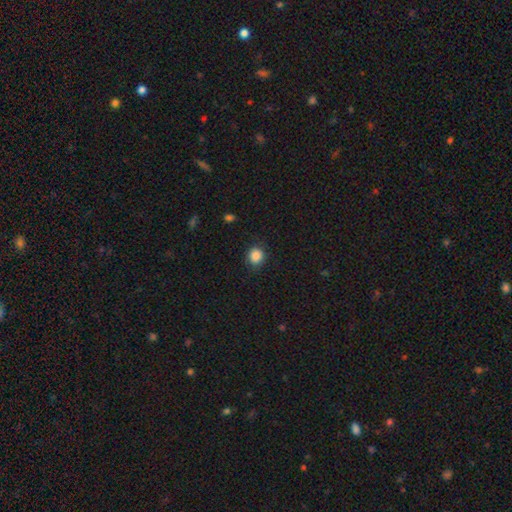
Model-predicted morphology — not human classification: This is clearly a smooth galaxy (87%). How rounded: clearly round (82%). Merging: clearly none (87%).